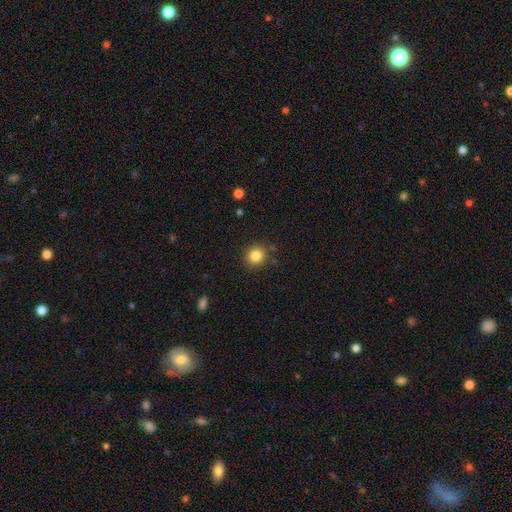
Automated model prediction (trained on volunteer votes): The model was most divided on "smooth or featured": smooth: 83%, star or artifact: 11%, featured or disk: 6%. More confident: how rounded — round (86%); merging — none (86%).